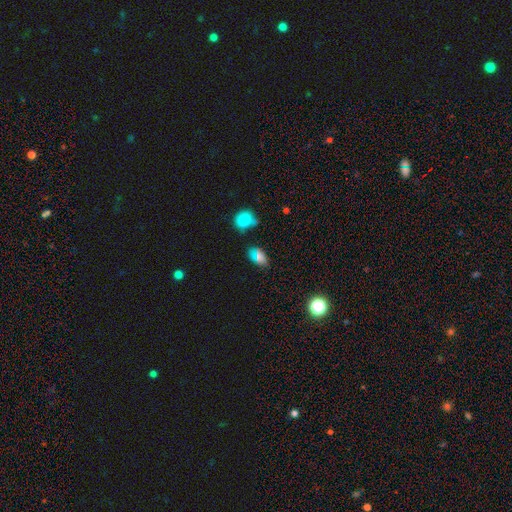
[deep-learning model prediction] Overall: smooth (66%). How rounded: in between (87%). Merging: none (75%).